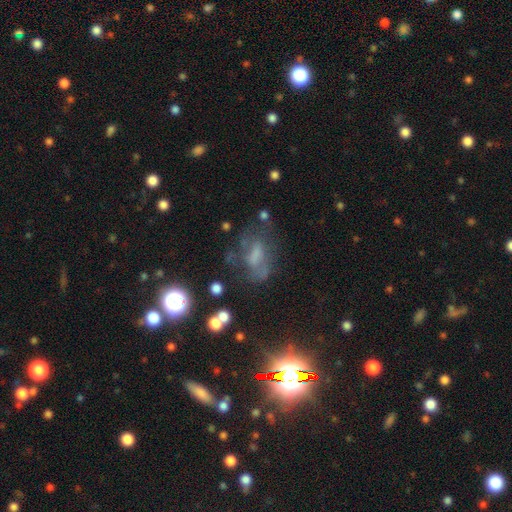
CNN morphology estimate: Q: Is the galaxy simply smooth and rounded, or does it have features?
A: featured or disk — 41%.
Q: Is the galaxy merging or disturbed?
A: none — 50%.